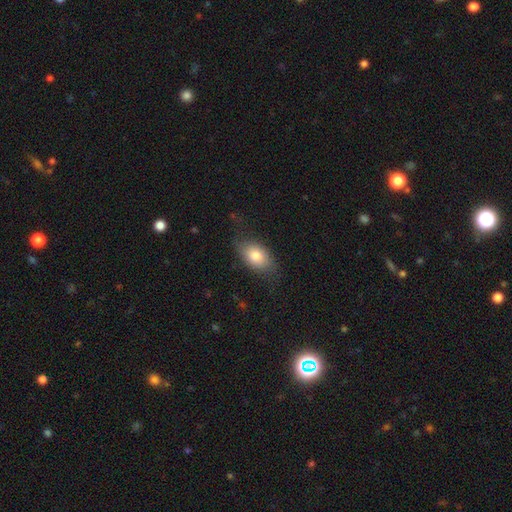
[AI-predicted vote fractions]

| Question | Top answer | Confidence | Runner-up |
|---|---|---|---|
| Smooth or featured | smooth | 78% | featured or disk (15%) |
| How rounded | in between | 86% | round (11%) |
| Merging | none | 69% | minor disturbance (22%) |